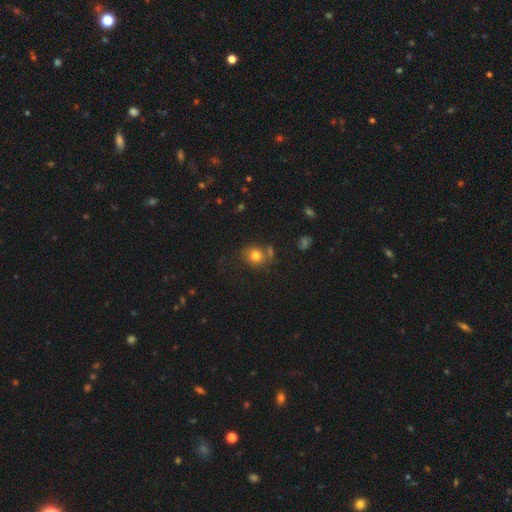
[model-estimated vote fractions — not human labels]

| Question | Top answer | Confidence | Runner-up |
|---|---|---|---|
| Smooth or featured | smooth | 77% | star or artifact (13%) |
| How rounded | round | 73% | in between (26%) |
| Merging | none | 66% | minor disturbance (17%) |